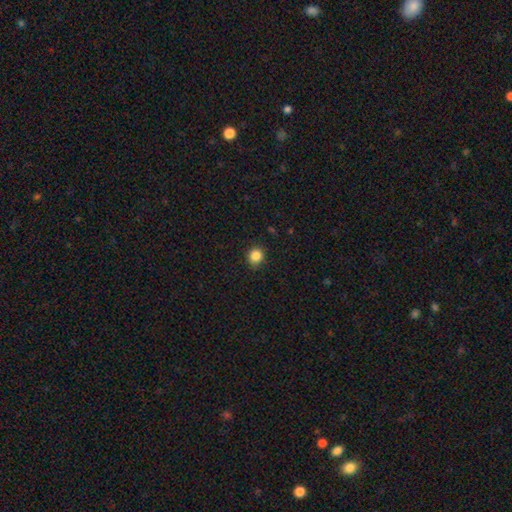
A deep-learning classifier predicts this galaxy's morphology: This is clearly a smooth galaxy (85%). How rounded: clearly round (82%). Merging: clearly none (84%).